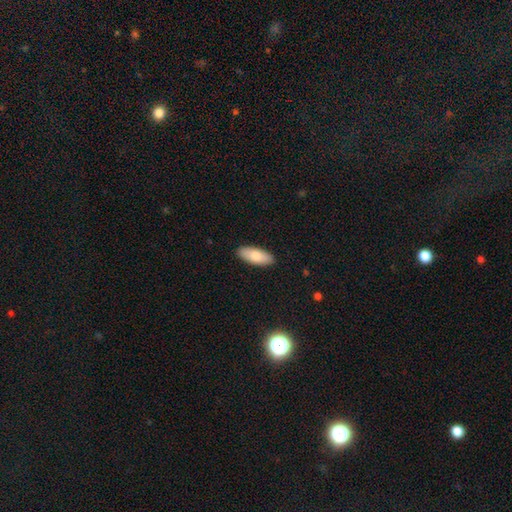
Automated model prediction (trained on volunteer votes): Smooth or featured? Predicted: smooth (p=0.78). How rounded? Predicted: in between (p=0.83). Merging? Predicted: none (p=0.90).